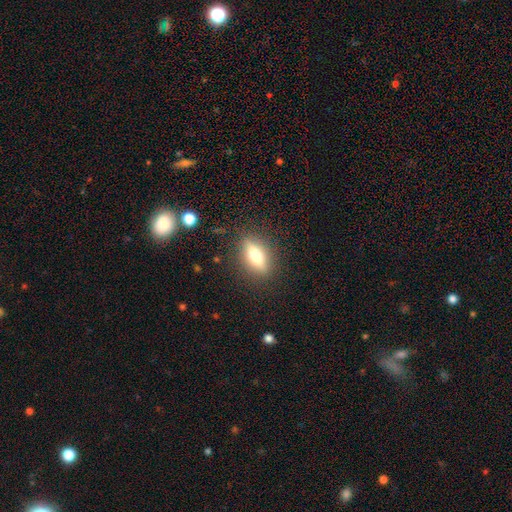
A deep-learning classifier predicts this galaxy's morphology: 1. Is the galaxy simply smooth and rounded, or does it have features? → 53% smooth, 38% featured or disk, 9% star or artifact.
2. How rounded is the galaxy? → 64% in between, 28% cigar-shaped, 8% round.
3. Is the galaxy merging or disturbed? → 85% none, 10% minor disturbance, 4% major disturbance, 1% merger.